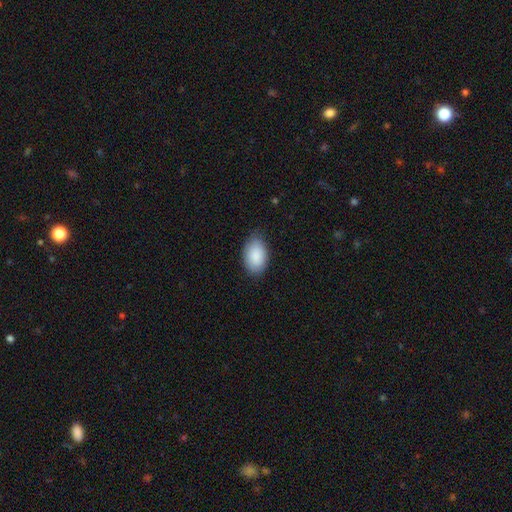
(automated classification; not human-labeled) smooth_or_featured: smooth (p=0.89) [alt: star or artifact p=0.06]
how_rounded: in between (p=0.92) [alt: round p=0.07]
merging: none (p=0.79) [alt: minor disturbance p=0.17]